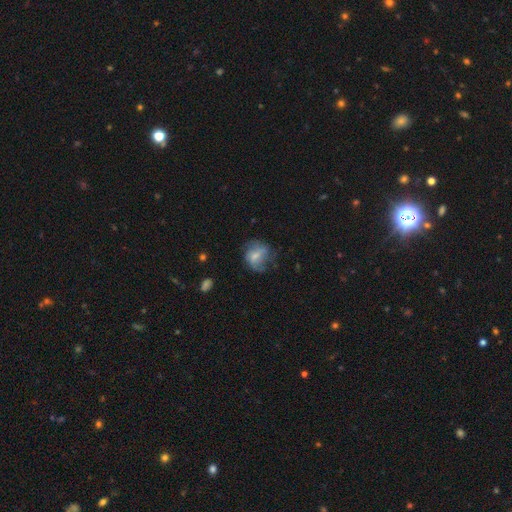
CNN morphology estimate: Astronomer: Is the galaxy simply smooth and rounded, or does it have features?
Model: featured or disk — 50% (runner-up: smooth, 41%).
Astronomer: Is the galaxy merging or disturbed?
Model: none — 52%.